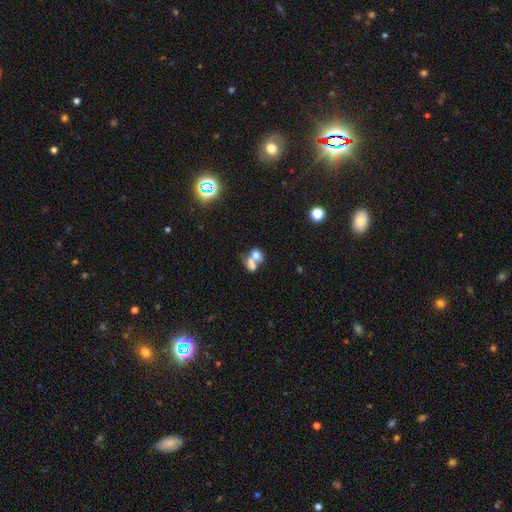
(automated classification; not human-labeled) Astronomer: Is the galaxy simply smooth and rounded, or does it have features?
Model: smooth — 64%.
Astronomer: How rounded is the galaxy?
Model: in between — 59% (runner-up: round, 39%).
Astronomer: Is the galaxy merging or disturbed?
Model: merger — 70%.